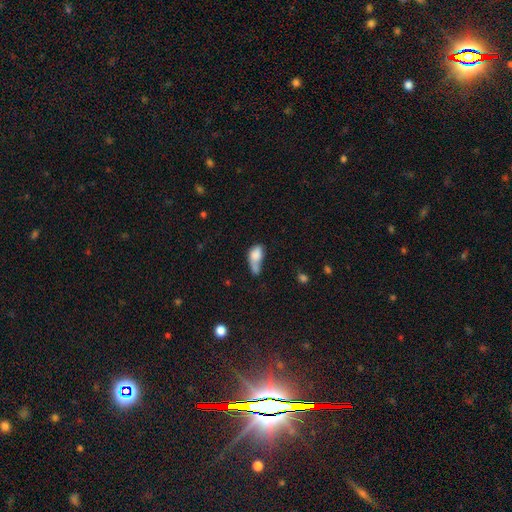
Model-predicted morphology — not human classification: This appears to be a smooth galaxy with no disk features (77%) that is in between round and cigar-shaped (83%). Merging: merger (45%).